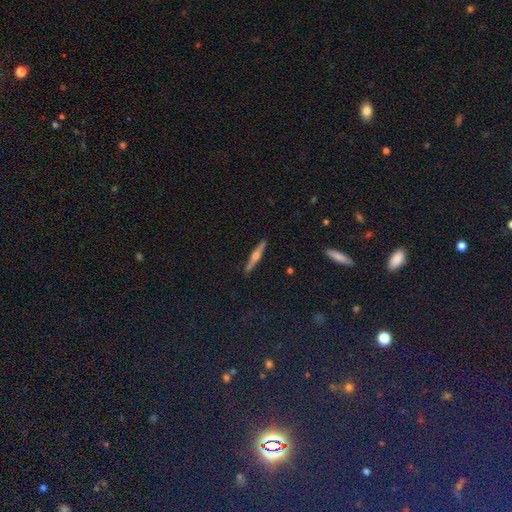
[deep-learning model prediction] smooth_or_featured: featured or disk (p=0.70) [alt: smooth p=0.22]
disk_edge_on: yes (p=0.98) [alt: no p=0.02]
edge_on_bulge: rounded (p=0.90) [alt: boxy p=0.05]
merging: none (p=0.91) [alt: minor disturbance p=0.06]